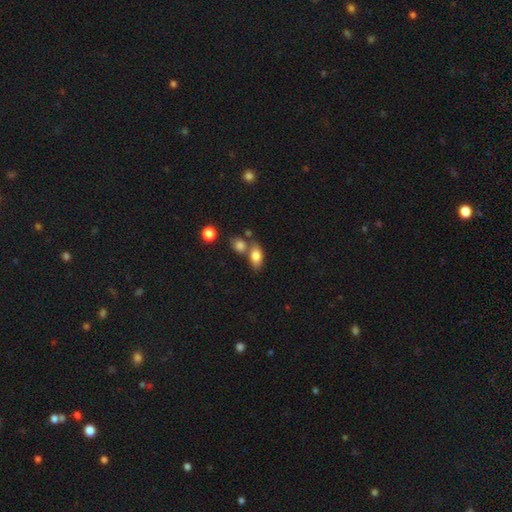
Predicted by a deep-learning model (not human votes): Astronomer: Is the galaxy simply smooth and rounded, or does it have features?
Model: smooth — 80%.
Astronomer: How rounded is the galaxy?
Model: in between — 86%.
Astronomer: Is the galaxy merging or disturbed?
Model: none — 51% (runner-up: merger, 31%).